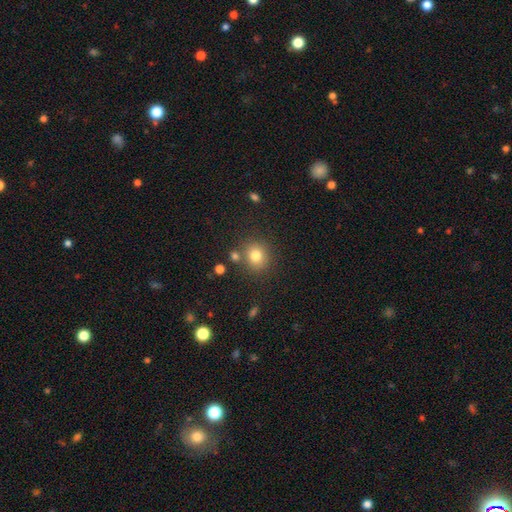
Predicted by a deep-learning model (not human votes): smooth_or_featured: smooth (p=0.79) [alt: star or artifact p=0.13]
how_rounded: round (p=0.85) [alt: in between p=0.14]
merging: none (p=0.77) [alt: minor disturbance p=0.10]